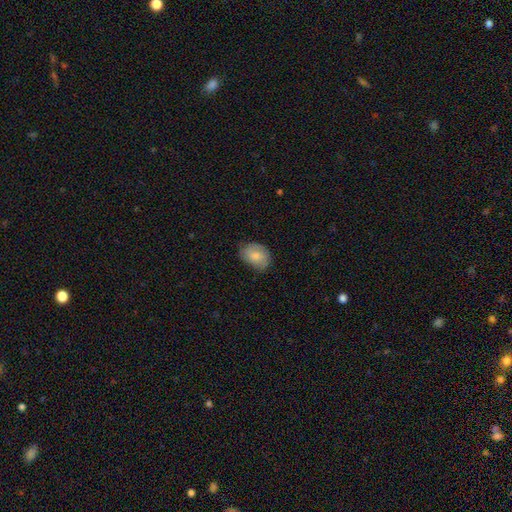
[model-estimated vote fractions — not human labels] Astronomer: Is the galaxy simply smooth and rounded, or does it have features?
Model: smooth — 74%.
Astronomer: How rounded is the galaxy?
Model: in between — 71%.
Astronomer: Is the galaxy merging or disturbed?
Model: none — 69%.